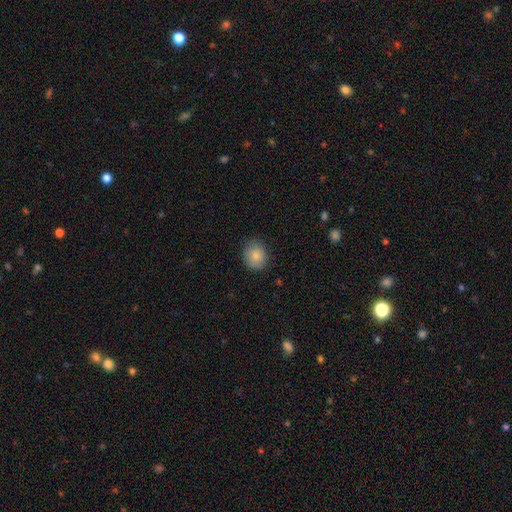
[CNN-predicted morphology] This appears to be a smooth galaxy with no disk features (83%) that is round (68%). Merging: none (80%).